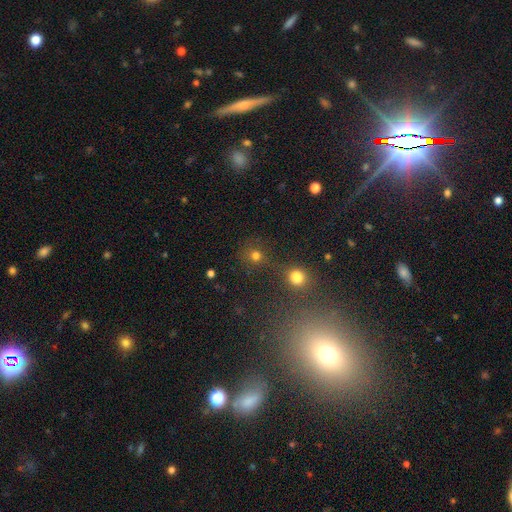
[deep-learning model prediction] Smooth or featured: smooth — 71% (star or artifact — 22%)
How rounded: round — 90% (in between — 9%)
Merging: none — 67% (merger — 18%)